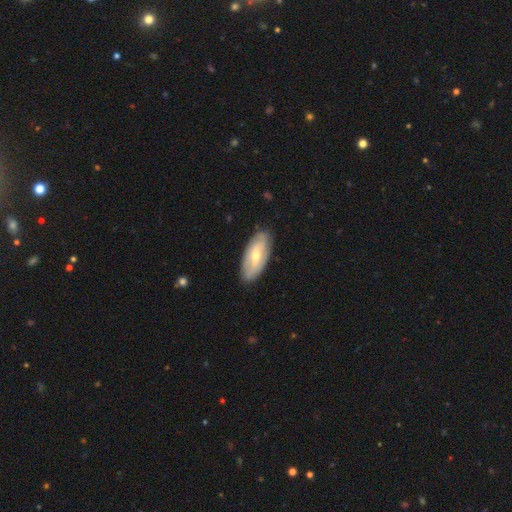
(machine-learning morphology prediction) Smooth or featured? Predicted: featured or disk (p=0.56). Edge-on disk? Predicted: no (p=0.84). Merging? Predicted: none (p=0.85).